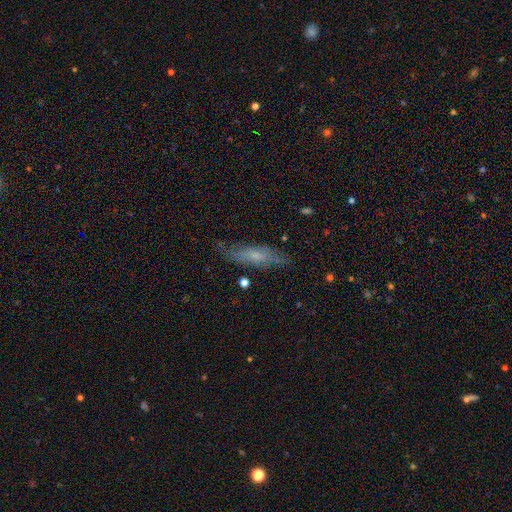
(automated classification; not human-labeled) smooth-or-featured: smooth: 49% | featured or disk: 43% | star or artifact: 8%
  merging: none: 69% | minor disturbance: 22% | major disturbance: 7% | merger: 2%